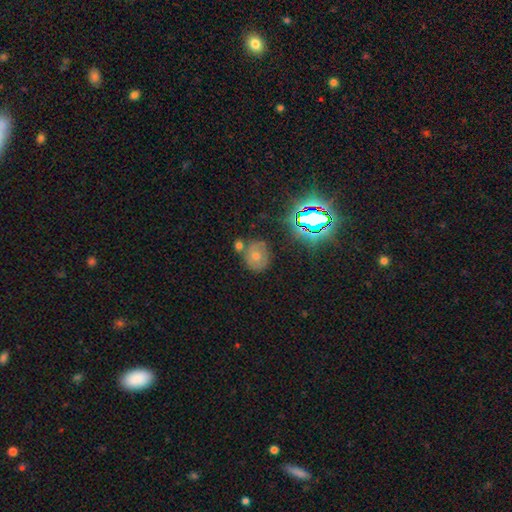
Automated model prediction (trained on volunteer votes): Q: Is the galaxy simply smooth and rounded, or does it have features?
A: smooth — 55%.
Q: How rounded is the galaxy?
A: round — 70%.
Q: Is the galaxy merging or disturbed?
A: none — 61%.